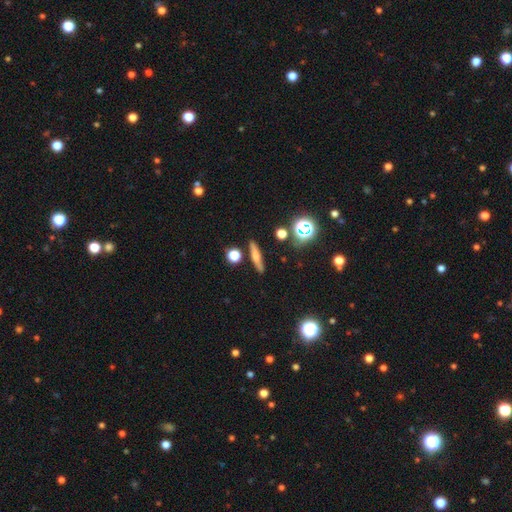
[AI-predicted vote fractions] Overall: smooth (52%; featured or disk 35%). How rounded: cigar-shaped (77%). Merging: none (86%).